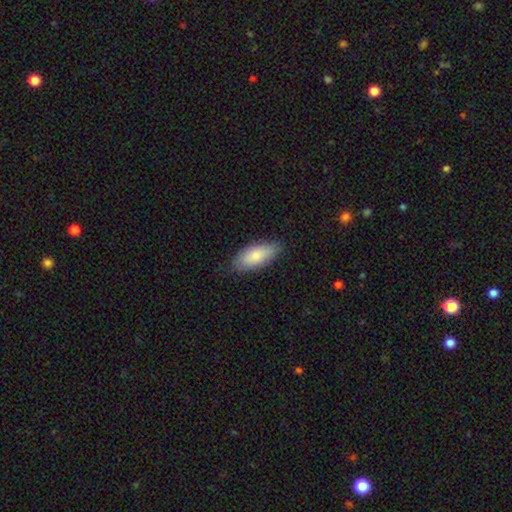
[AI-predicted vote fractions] The model was most divided on "merging": none: 81%, minor disturbance: 15%, major disturbance: 3%, merger: 1%. More confident: how rounded — in between (84%); smooth or featured — smooth (82%).